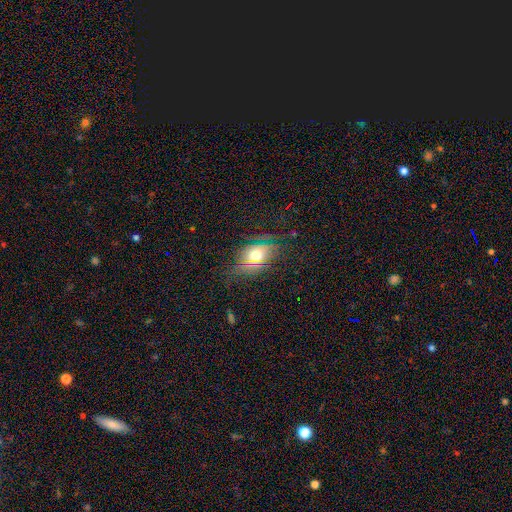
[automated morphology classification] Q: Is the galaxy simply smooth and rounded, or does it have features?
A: smooth — 54%.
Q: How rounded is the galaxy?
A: in between — 69%.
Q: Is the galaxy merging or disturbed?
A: none — 73%.